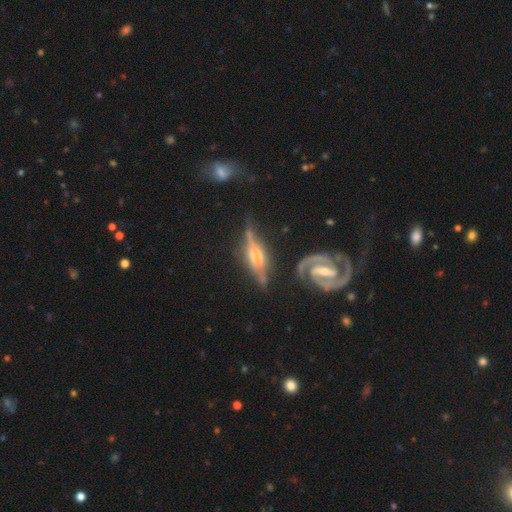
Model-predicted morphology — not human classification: Smooth or featured?
  - featured or disk: 83% *
  - smooth: 11%
  - star or artifact: 6%
Edge-on disk?
  - yes: 78% *
  - no: 22%
Edge-on bulge?
  - rounded: 81% *
  - boxy: 15%
  - none: 5%
Merging?
  - none: 61% *
  - minor disturbance: 22%
  - major disturbance: 9%
  - merger: 7%